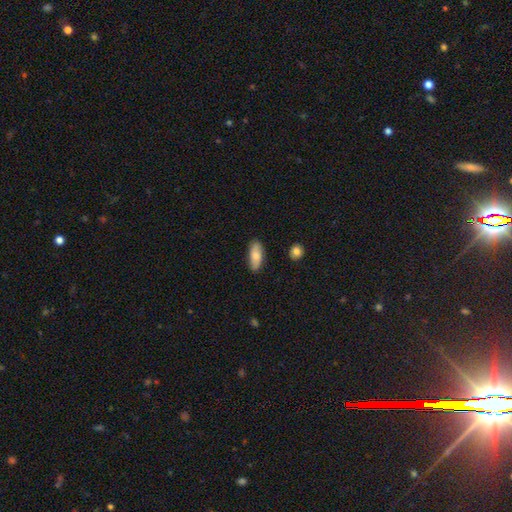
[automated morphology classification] type=smooth (77%); roundness=in between (80%); merging=none (83%).